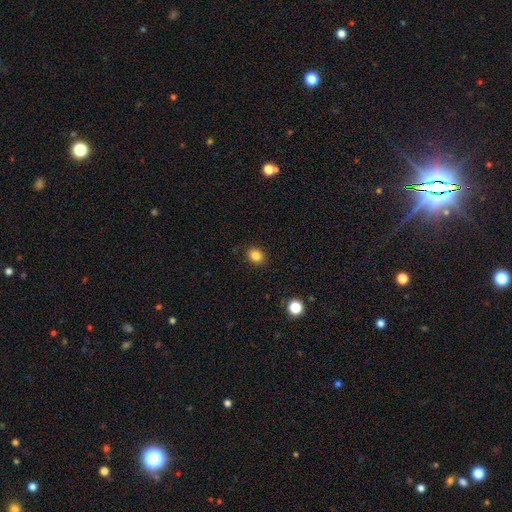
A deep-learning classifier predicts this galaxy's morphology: Q: Smooth or featured?
A: smooth (84%); runner-up: star or artifact (12%)
Q: How rounded?
A: round (59%); runner-up: in between (40%)
Q: Merging?
A: none (88%); runner-up: minor disturbance (8%)